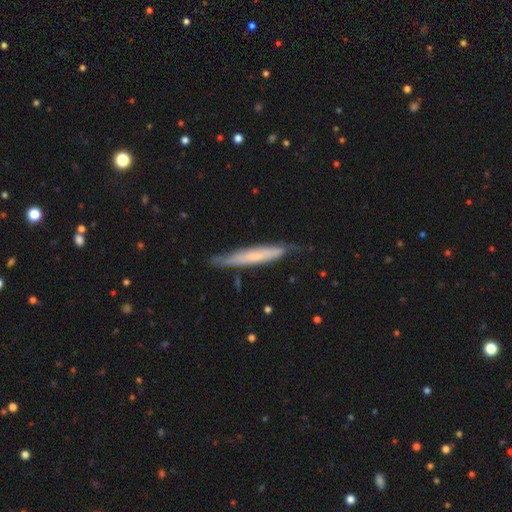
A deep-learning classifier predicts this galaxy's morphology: Overall: smooth (49%; featured or disk 45%). Merging: none (67%).